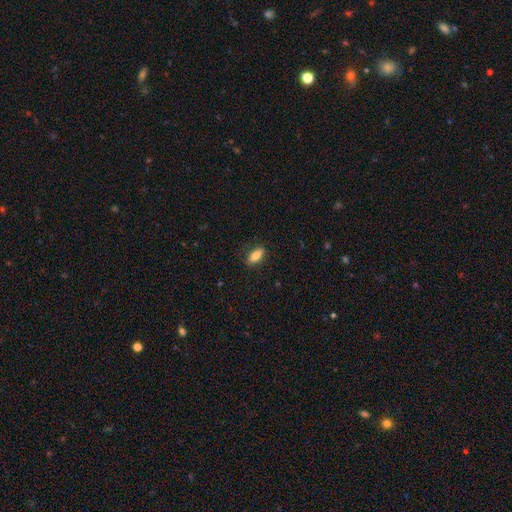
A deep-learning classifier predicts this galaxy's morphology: Smooth or featured? smooth (83%)
How rounded? in between (79%)
Merging? none (84%)